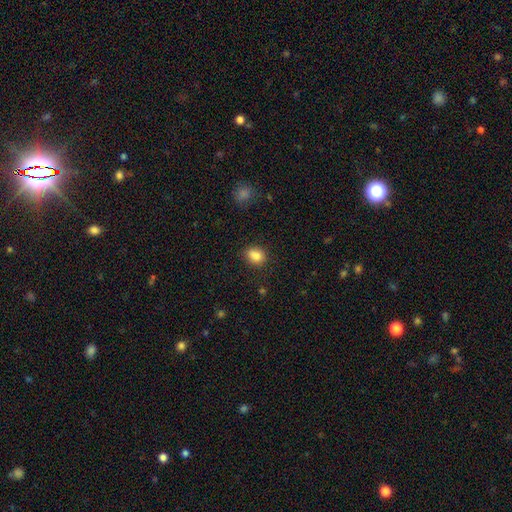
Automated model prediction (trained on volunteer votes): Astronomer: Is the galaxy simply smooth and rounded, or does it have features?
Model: smooth — 84%.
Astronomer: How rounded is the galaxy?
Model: in between — 51% (runner-up: round, 48%).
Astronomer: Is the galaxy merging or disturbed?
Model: none — 80%.